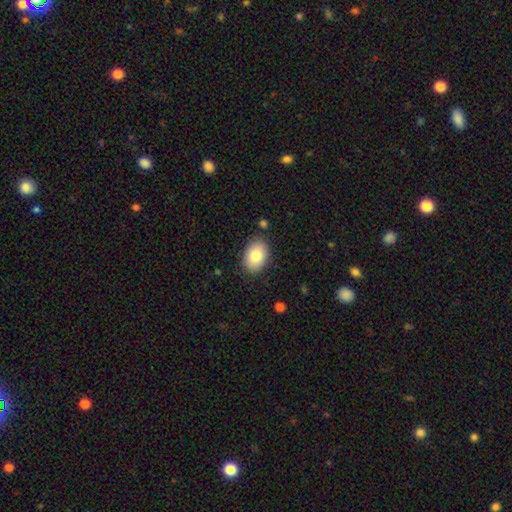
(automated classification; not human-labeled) The model was most divided on "how rounded": in between: 85%, round: 14%, cigar-shaped: 1%. More confident: merging — none (86%); smooth or featured — smooth (82%).